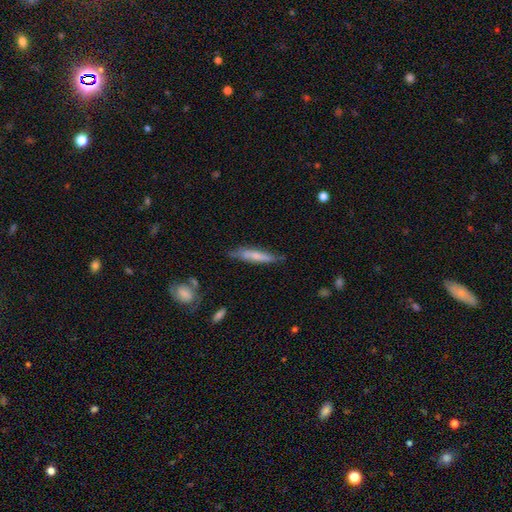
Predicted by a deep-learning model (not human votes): Smooth or featured: smooth — 59% (featured or disk — 35%)
How rounded: cigar-shaped — 89% (in between — 10%)
Merging: none — 70% (minor disturbance — 23%)